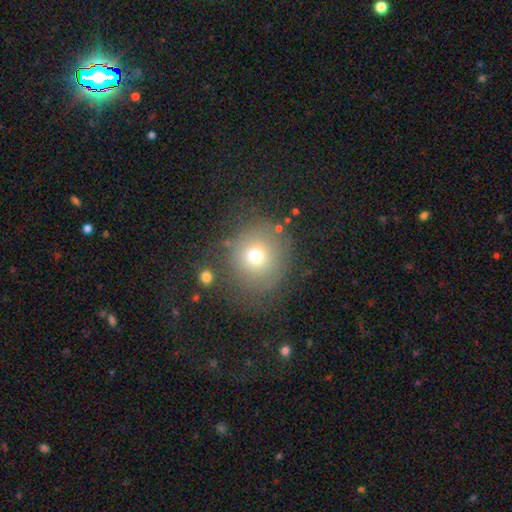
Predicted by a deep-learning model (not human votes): Q: Smooth or featured?
A: smooth (69%); runner-up: featured or disk (16%)
Q: How rounded?
A: round (87%); runner-up: in between (12%)
Q: Merging?
A: none (72%); runner-up: minor disturbance (15%)